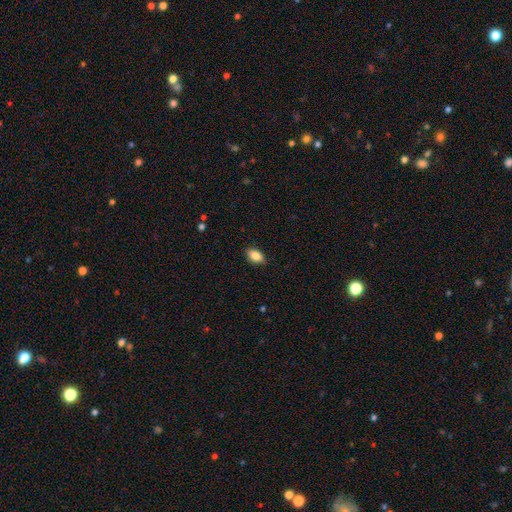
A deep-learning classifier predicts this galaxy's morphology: Q: Smooth or featured?
A: smooth (85%); runner-up: star or artifact (8%)
Q: How rounded?
A: in between (89%); runner-up: round (8%)
Q: Merging?
A: none (86%); runner-up: minor disturbance (11%)